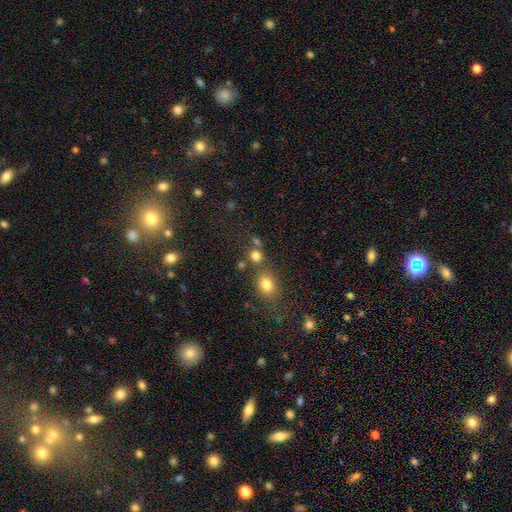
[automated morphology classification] A smooth galaxy with no disk features (76%) that is round (82%).

Vote fractions:
- Smooth or featured? smooth: 76% / star or artifact: 17% / featured or disk: 8%
- How rounded? round: 82% / in between: 16% / cigar-shaped: 1%
- Merging? none: 61% / merger: 27% / minor disturbance: 8% / major disturbance: 4%